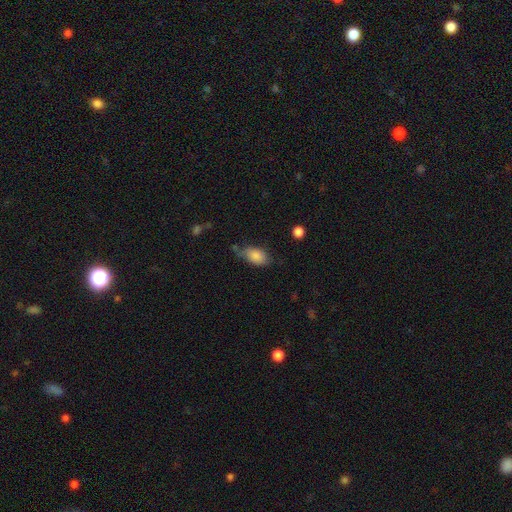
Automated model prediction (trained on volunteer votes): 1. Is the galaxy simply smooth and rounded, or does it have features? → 85% smooth, 8% featured or disk, 7% star or artifact.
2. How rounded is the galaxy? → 90% in between, 7% round, 3% cigar-shaped.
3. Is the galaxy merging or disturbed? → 51% none, 34% minor disturbance, 10% major disturbance, 5% merger.